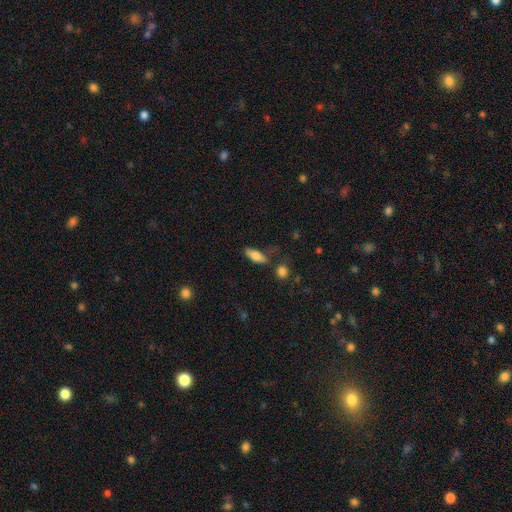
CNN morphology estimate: This appears to be a smooth galaxy with no disk features (79%) that is in between round and cigar-shaped (74%). Merging: none (66%).